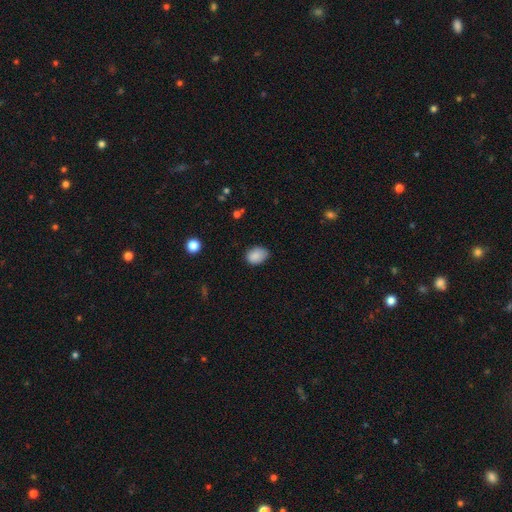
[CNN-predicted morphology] smooth 87%, star or artifact 8%, featured or disk 4%. Down the decision tree: how rounded — in between (75%); merging — none (73%).